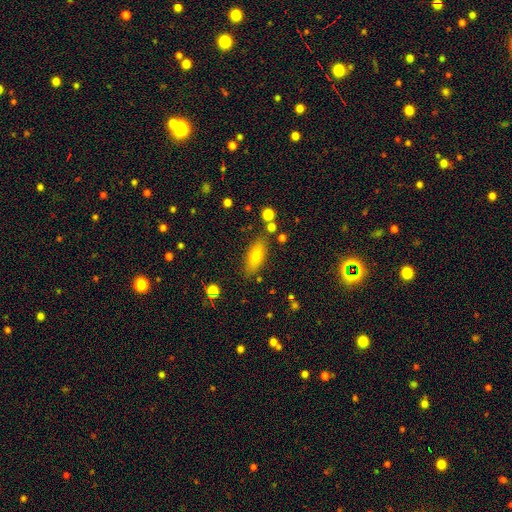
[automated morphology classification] Smooth or featured?
  - smooth: 74% *
  - featured or disk: 17%
  - star or artifact: 8%
How rounded?
  - in between: 71% *
  - cigar-shaped: 26%
  - round: 3%
Merging?
  - none: 79% *
  - minor disturbance: 13%
  - merger: 5%
  - major disturbance: 4%